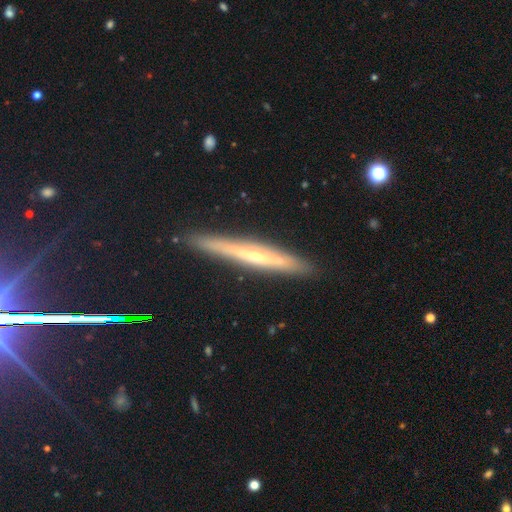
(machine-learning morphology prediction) The model was most divided on "edge-on bulge": rounded: 58%, none: 37%, boxy: 5%. More confident: edge-on disk — yes (94%); merging — none (89%); smooth or featured — featured or disk (68%).